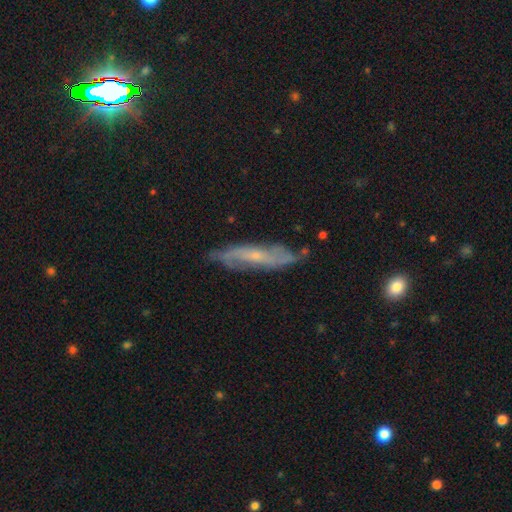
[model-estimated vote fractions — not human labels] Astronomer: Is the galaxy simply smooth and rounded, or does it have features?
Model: featured or disk — 73%.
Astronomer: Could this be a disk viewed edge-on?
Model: no — 64%.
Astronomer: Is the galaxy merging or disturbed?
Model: none — 73%.